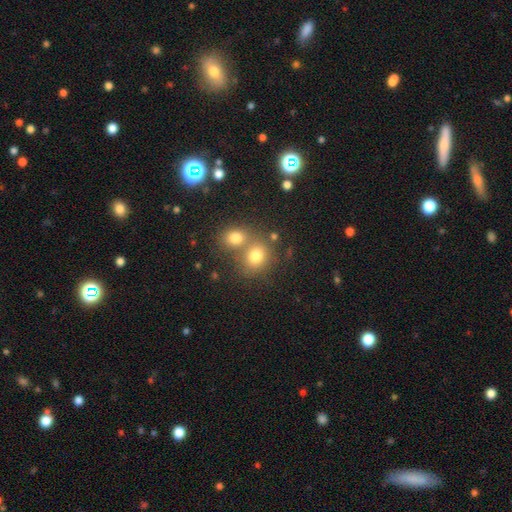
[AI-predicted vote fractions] Morphology: type=smooth (77%); roundness=round (74%); merging=none (45%).